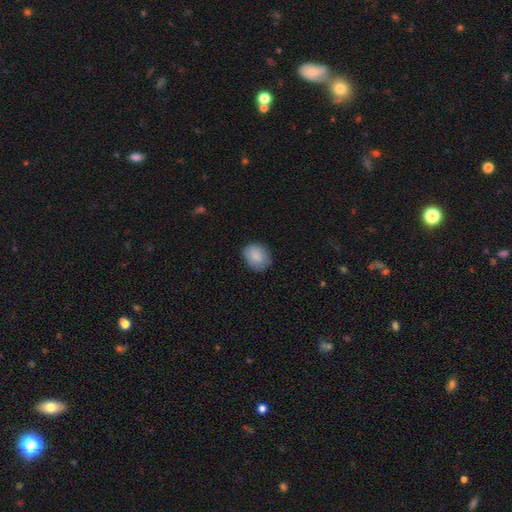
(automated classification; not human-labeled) Morphology: type=smooth (87%); roundness=round (53%); merging=none (79%).